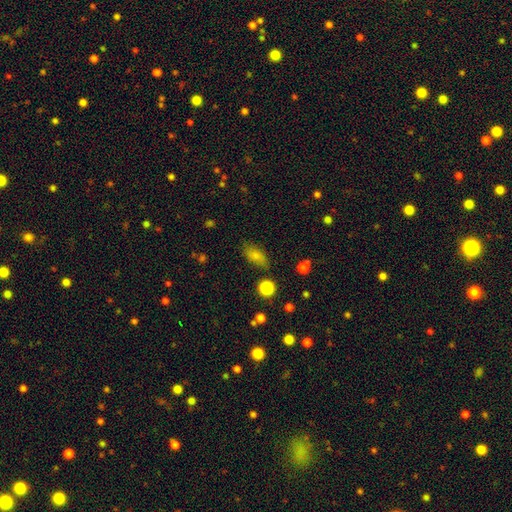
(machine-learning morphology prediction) The model was most divided on "merging": none: 75%, minor disturbance: 17%, major disturbance: 5%, merger: 3%. More confident: how rounded — in between (83%); smooth or featured — smooth (79%).